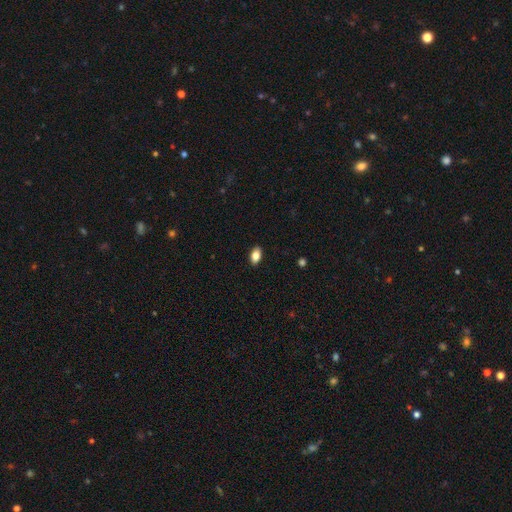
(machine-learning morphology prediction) This appears to be a smooth galaxy with no disk features (83%) that is in between round and cigar-shaped (90%). Merging: none (89%).